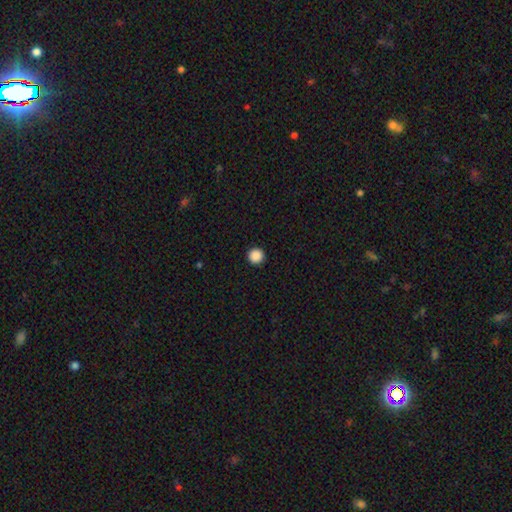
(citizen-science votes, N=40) smooth 88%, star or artifact 12%, featured or disk 0%. Down the decision tree: how rounded — round (100%); merging — none (89%).